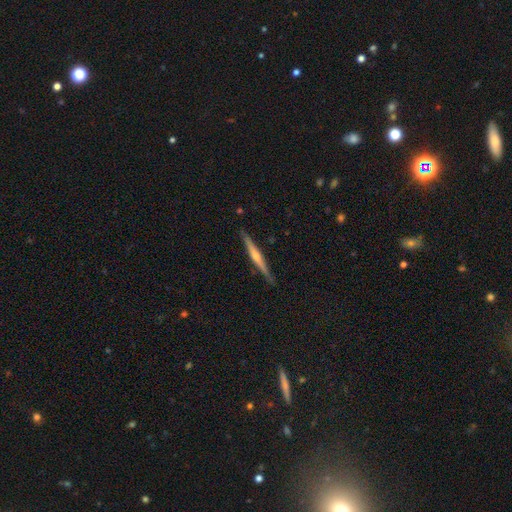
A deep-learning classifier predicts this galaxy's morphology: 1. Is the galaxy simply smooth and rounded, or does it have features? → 76% featured or disk, 19% smooth, 5% star or artifact.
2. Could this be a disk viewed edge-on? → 98% yes, 2% no.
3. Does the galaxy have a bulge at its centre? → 77% rounded, 15% none, 8% boxy.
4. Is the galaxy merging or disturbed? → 90% none, 8% minor disturbance, 1% major disturbance, 1% merger.